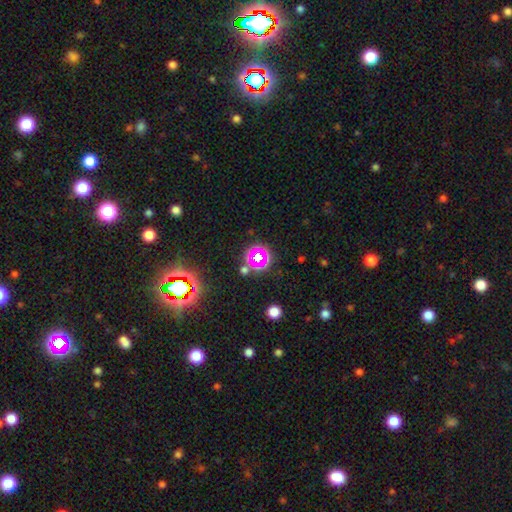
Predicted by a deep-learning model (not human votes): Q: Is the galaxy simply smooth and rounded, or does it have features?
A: star or artifact — 49%.